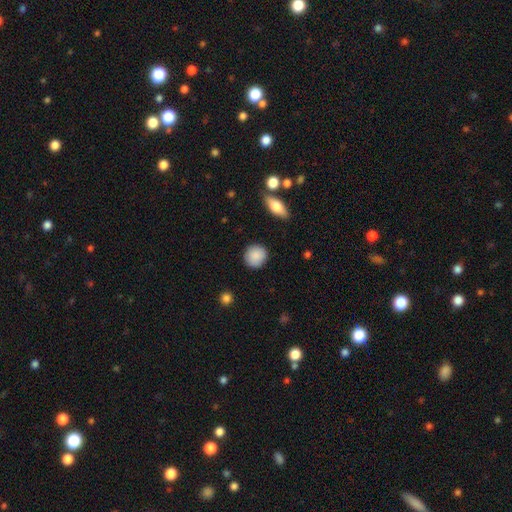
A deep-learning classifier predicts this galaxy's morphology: Q: Smooth or featured?
A: smooth (88%); runner-up: star or artifact (7%)
Q: How rounded?
A: round (88%); runner-up: in between (10%)
Q: Merging?
A: none (88%); runner-up: minor disturbance (8%)